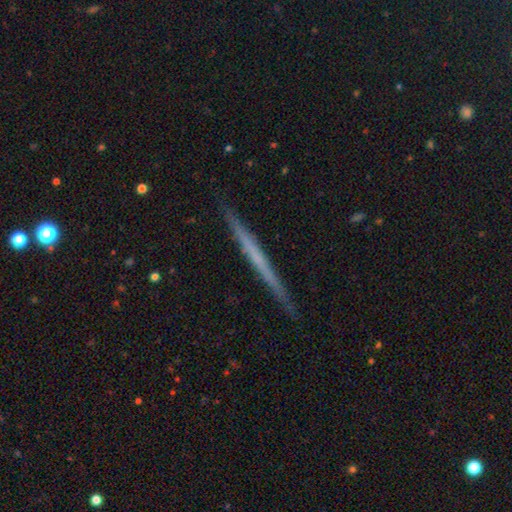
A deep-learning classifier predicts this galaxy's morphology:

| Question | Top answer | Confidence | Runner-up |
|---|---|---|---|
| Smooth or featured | featured or disk | 58% | smooth (37%) |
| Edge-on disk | yes | 98% | no (2%) |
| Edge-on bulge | none | 90% | rounded (7%) |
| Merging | none | 91% | minor disturbance (6%) |